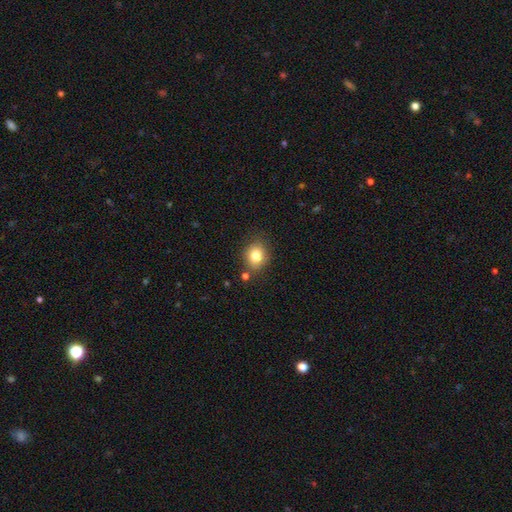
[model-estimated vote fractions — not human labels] Smooth or featured? Predicted: smooth (p=0.81). How rounded? Predicted: round (p=0.61). Merging? Predicted: none (p=0.78).